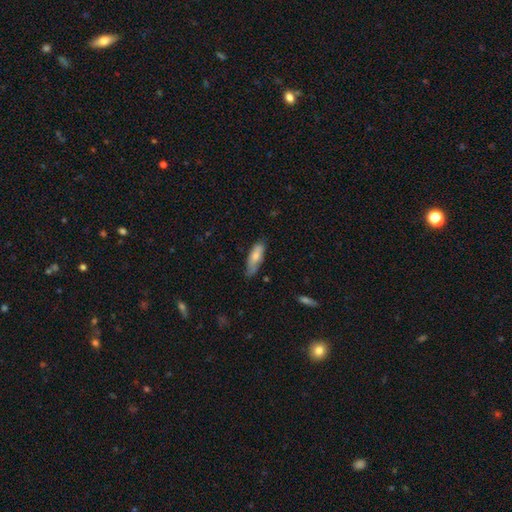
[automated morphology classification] smooth 74%, featured or disk 20%, star or artifact 6%. Down the decision tree: how rounded — in between (60%); merging — none (63%).